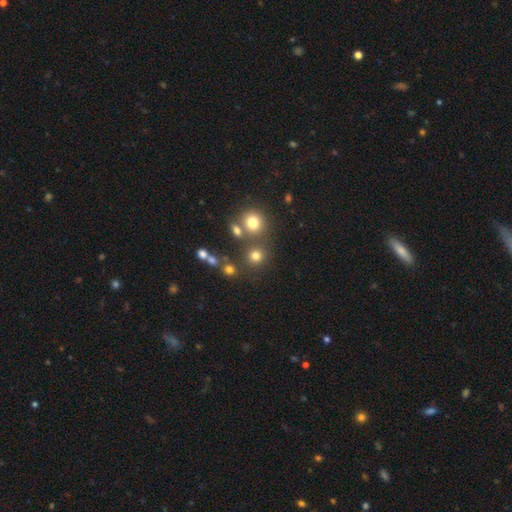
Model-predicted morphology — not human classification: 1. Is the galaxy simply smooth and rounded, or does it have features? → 76% smooth, 16% star or artifact, 8% featured or disk.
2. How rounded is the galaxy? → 90% round, 9% in between, 1% cigar-shaped.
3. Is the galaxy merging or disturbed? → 71% none, 17% merger, 8% minor disturbance, 4% major disturbance.